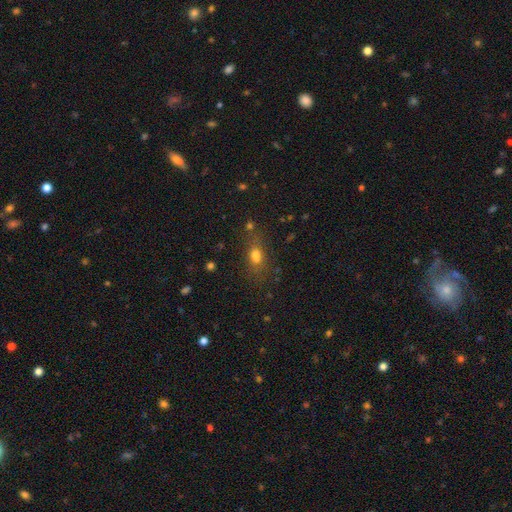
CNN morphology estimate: Smooth or featured?
  - smooth: 69% *
  - star or artifact: 18%
  - featured or disk: 13%
How rounded?
  - in between: 69% *
  - round: 17%
  - cigar-shaped: 14%
Merging?
  - none: 67% *
  - minor disturbance: 17%
  - major disturbance: 9%
  - merger: 7%